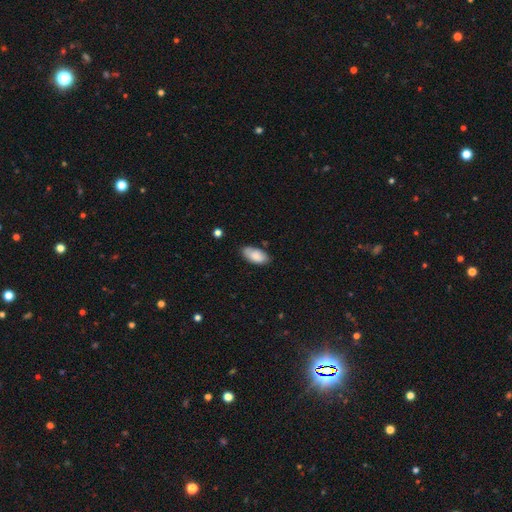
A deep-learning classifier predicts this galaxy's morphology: smooth-or-featured: smooth: 83% | featured or disk: 10% | star or artifact: 6%
  how-rounded: in between: 93% | cigar-shaped: 5% | round: 2%
  merging: none: 77% | minor disturbance: 18% | major disturbance: 3% | merger: 2%